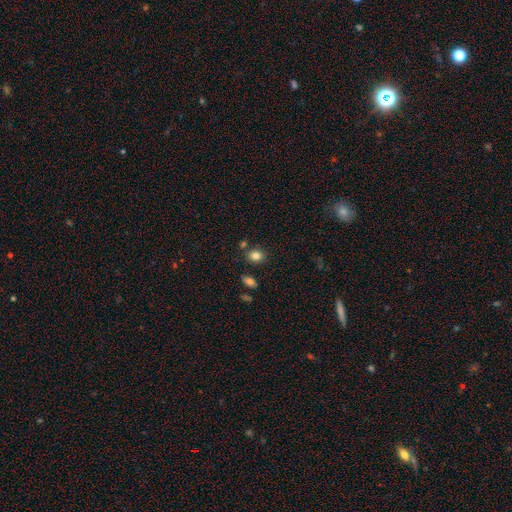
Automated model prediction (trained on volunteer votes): Overall: smooth (84%). How rounded: in between (58%; round 41%). Merging: none (78%).